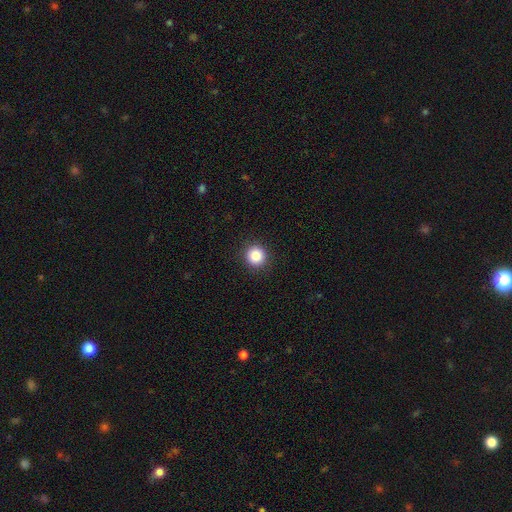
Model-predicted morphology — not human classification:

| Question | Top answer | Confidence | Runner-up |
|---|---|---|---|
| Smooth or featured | smooth | 85% | star or artifact (10%) |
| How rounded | round | 94% | in between (6%) |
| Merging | none | 92% | minor disturbance (5%) |